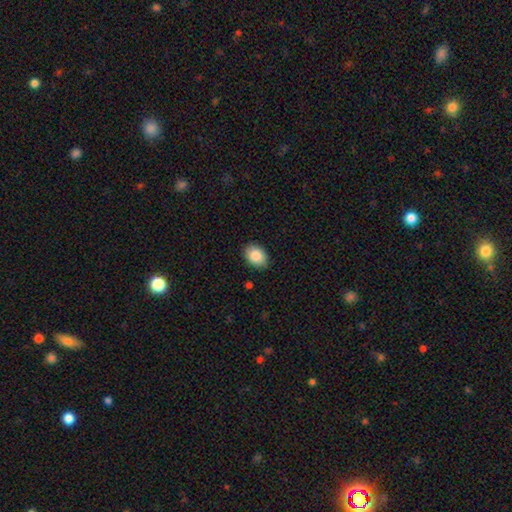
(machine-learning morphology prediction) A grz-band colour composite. It shows a smooth galaxy with no disk features (88%) that is in between round and cigar-shaped (73%). Merging: none (86%).